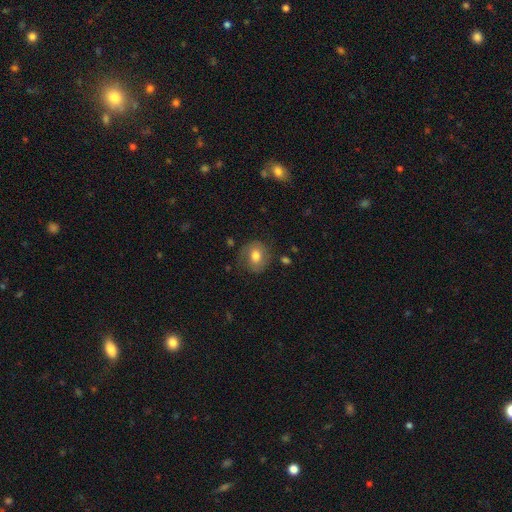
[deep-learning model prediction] Smooth or featured? smooth (63%)
How rounded? round (69%)
Merging? none (70%)